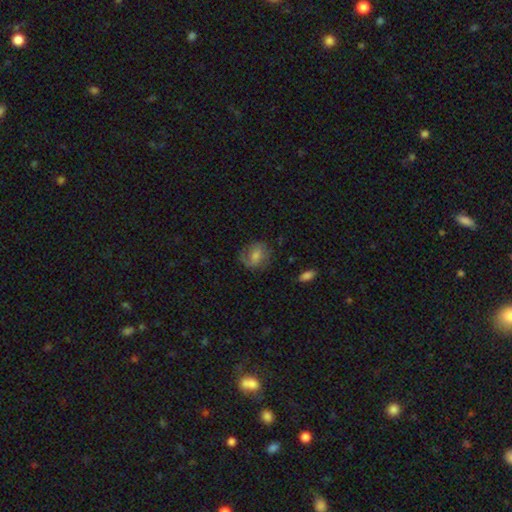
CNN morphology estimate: Smooth or featured? smooth (50%)
Merging? none (68%)